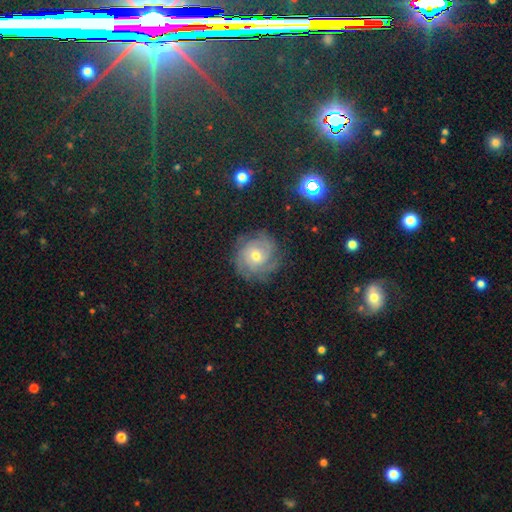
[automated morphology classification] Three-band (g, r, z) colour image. It shows a featured or disk galaxy (76%) with no bar (73%), tight (67%) spiral arms (94%) and a moderate central bulge (53%). Merging: none (76%).